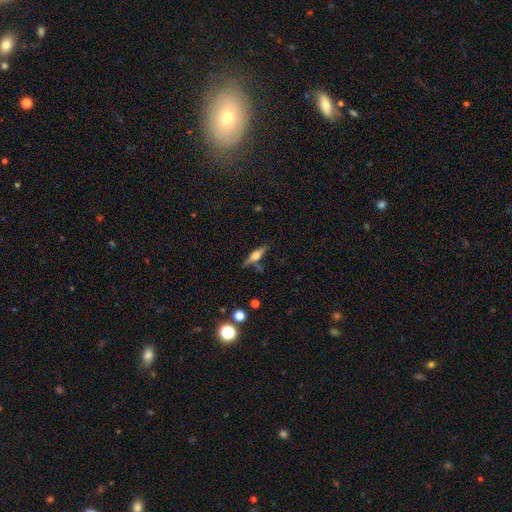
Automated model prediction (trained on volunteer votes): Q: Smooth or featured?
A: featured or disk (54%); runner-up: smooth (38%)
Q: Edge-on disk?
A: yes (93%); runner-up: no (7%)
Q: Edge-on bulge?
A: rounded (90%); runner-up: boxy (7%)
Q: Merging?
A: none (74%); runner-up: minor disturbance (16%)